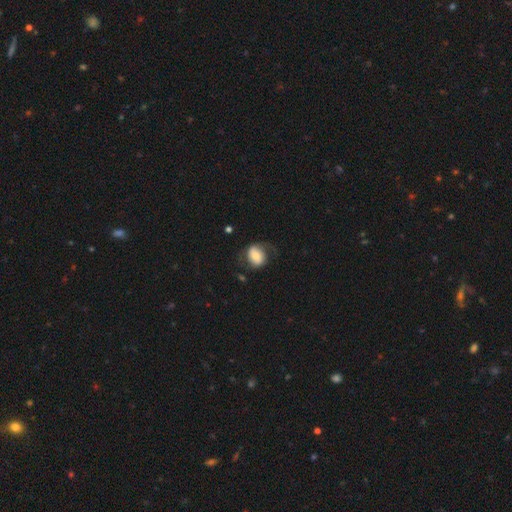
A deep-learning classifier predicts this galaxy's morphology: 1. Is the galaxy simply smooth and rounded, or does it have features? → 50% smooth, 42% featured or disk, 8% star or artifact.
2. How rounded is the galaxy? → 55% in between, 44% round, 1% cigar-shaped.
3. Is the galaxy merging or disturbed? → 55% none, 24% minor disturbance, 19% major disturbance, 2% merger.